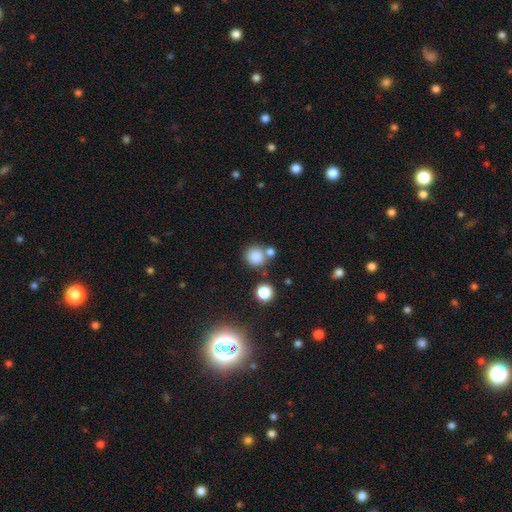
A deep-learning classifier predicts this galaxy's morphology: type=smooth (82%); roundness=round (90%); merging=none (66%).